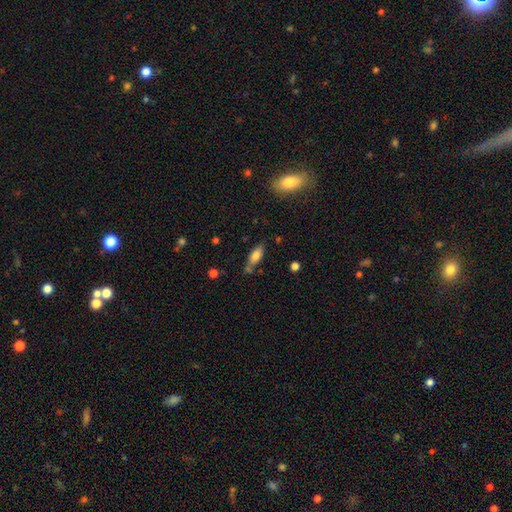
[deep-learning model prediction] A smooth galaxy with no disk features (77%) that is in between round and cigar-shaped (76%). Merging: none (64%).